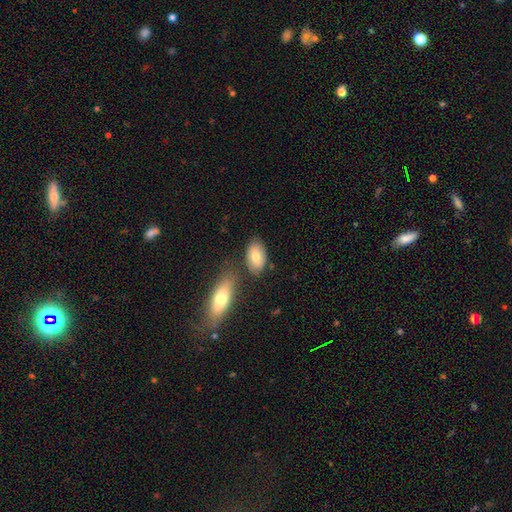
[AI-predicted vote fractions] Q: Smooth or featured?
A: smooth (75%); runner-up: featured or disk (18%)
Q: How rounded?
A: in between (92%); runner-up: round (5%)
Q: Merging?
A: none (70%); runner-up: minor disturbance (14%)